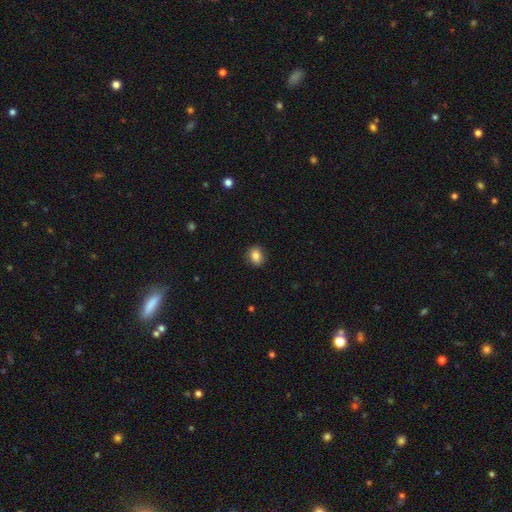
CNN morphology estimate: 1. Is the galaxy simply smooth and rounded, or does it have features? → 85% smooth, 9% star or artifact, 5% featured or disk.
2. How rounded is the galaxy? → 55% in between, 44% round, 1% cigar-shaped.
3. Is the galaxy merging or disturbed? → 87% none, 10% minor disturbance, 2% major disturbance, 1% merger.